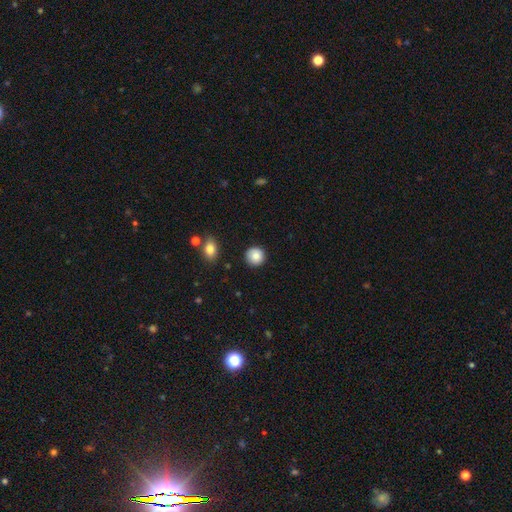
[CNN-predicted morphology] Smooth or featured? Predicted: smooth (p=0.85). How rounded? Predicted: round (p=0.93). Merging? Predicted: none (p=0.90).